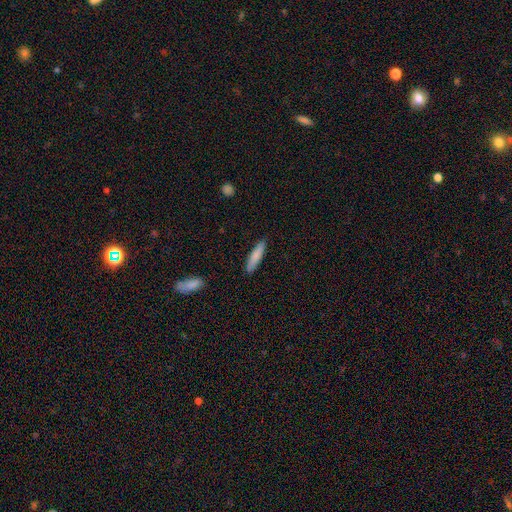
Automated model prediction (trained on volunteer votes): A smooth galaxy with no disk features (82%) that is cigar-shaped (83%).

Vote fractions:
- Smooth or featured? smooth: 82% / featured or disk: 13% / star or artifact: 6%
- How rounded? cigar-shaped: 83% / in between: 16% / round: 1%
- Merging? none: 88% / minor disturbance: 9% / major disturbance: 2% / merger: 1%